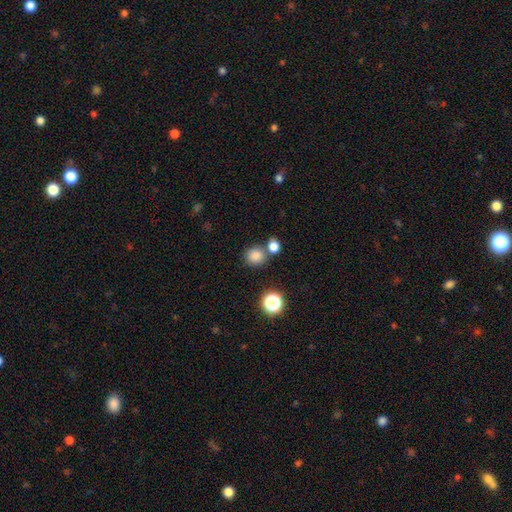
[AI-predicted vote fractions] smooth_or_featured: smooth (p=0.83) [alt: star or artifact p=0.12]
how_rounded: round (p=0.86) [alt: in between p=0.13]
merging: none (p=0.68) [alt: merger p=0.20]